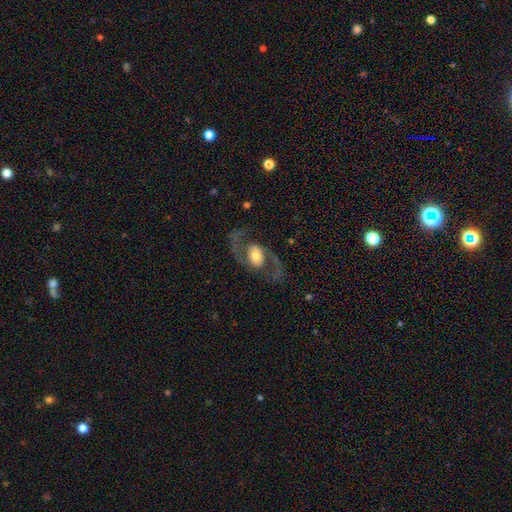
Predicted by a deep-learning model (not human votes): smooth-or-featured: featured or disk: 86% | smooth: 9% | star or artifact: 5%
  disk-edge-on: no: 97% | yes: 3%
    bar: no: 50% | weak: 34% | strong: 16%
    has-spiral-arms: yes: 93% | no: 7%
      spiral-winding: medium: 52% | loose: 38% | tight: 10%
      spiral-arm-count: 2: 94% | can't tell: 2% | 1: 2% | 3: 1% | 4: 1% | more than 4: 1%
    bulge-size: moderate: 51% | large: 31% | small: 12% | dominant: 4% | none: 2%
  merging: none: 78% | minor disturbance: 11% | major disturbance: 10% | merger: 1%